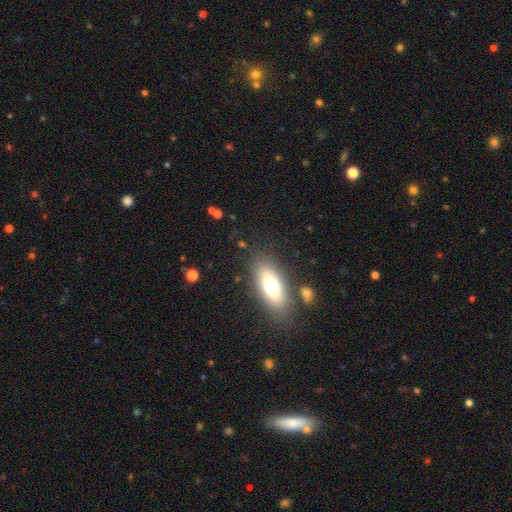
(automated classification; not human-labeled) This is likely a smooth galaxy (69%). How rounded: likely in between (78%). Merging: clearly none (81%).